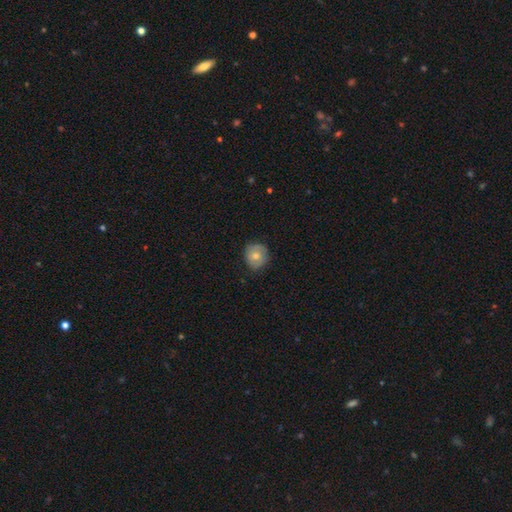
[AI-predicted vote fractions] smooth_or_featured: smooth (p=0.70) [alt: featured or disk p=0.22]
how_rounded: round (p=0.86) [alt: in between p=0.13]
merging: none (p=0.78) [alt: minor disturbance p=0.18]